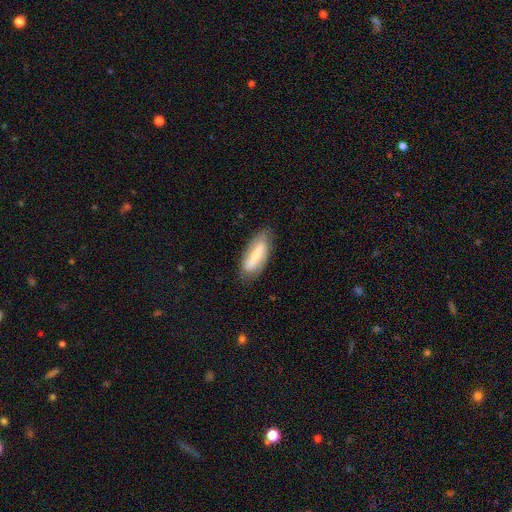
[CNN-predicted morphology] A featured or disk galaxy (52%).

Vote fractions:
- Smooth or featured? featured or disk: 52% / smooth: 42% / star or artifact: 6%
- Edge-on disk? no: 78% / yes: 22%
- Merging? none: 81% / minor disturbance: 14% / major disturbance: 4% / merger: 1%